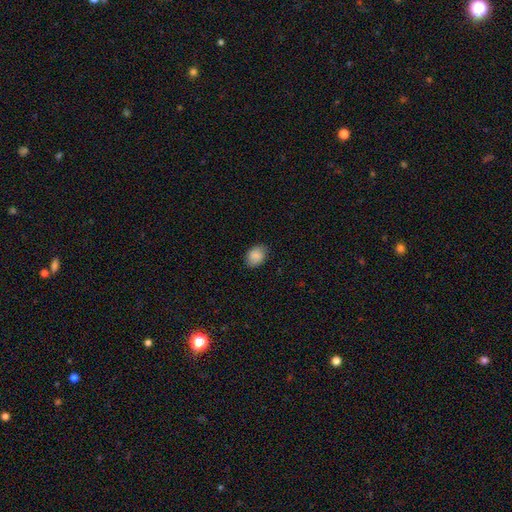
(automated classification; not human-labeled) This appears to be a smooth galaxy with no disk features (87%) that is in between round and cigar-shaped (66%). Merging: none (82%).